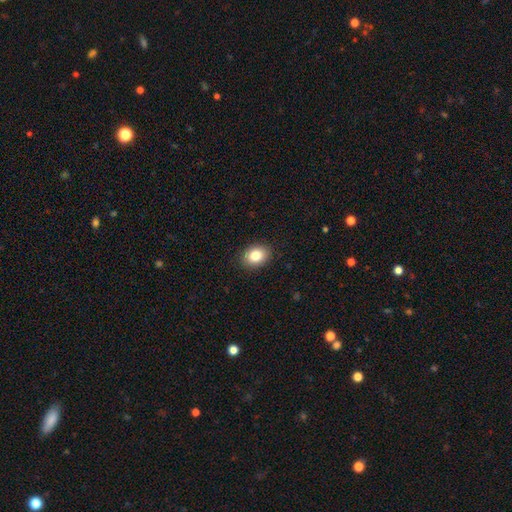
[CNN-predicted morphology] smooth-or-featured: smooth: 83% | star or artifact: 9% | featured or disk: 8%
  how-rounded: in between: 63% | round: 36% | cigar-shaped: 1%
  merging: none: 90% | minor disturbance: 7% | major disturbance: 2% | merger: 1%